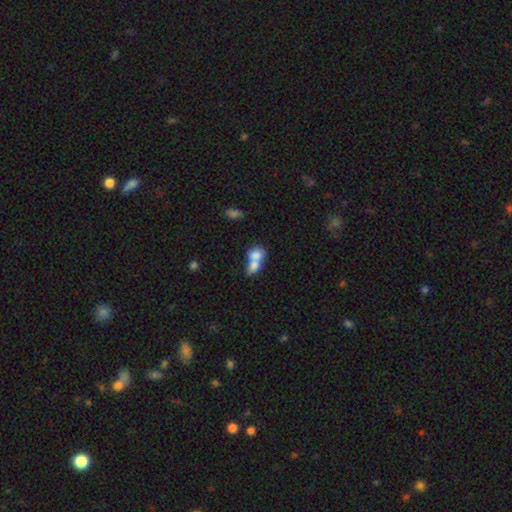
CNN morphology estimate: A smooth galaxy with no disk features (73%) that is in between round and cigar-shaped (65%).

Vote fractions:
- Smooth or featured? smooth: 73% / featured or disk: 18% / star or artifact: 8%
- How rounded? in between: 65% / round: 33% / cigar-shaped: 2%
- Merging? merger: 75% / none: 16% / minor disturbance: 5% / major disturbance: 3%